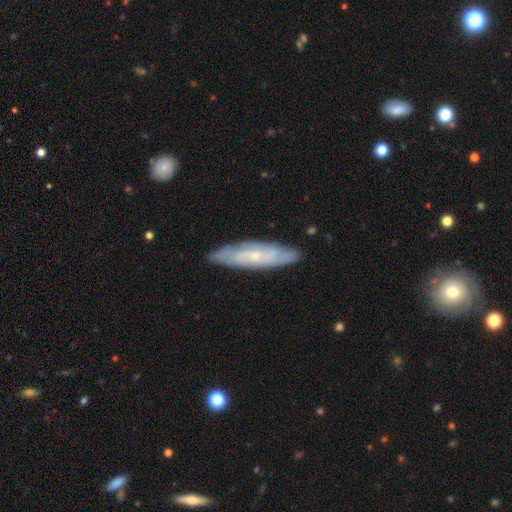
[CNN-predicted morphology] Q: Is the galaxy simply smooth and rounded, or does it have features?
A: featured or disk — 65%.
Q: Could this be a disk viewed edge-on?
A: no — 64%.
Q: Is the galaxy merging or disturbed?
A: none — 83%.